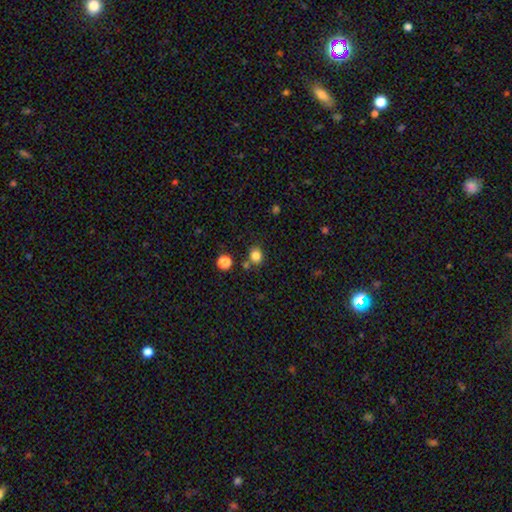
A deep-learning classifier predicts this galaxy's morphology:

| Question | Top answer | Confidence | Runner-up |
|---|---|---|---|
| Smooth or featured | smooth | 83% | star or artifact (13%) |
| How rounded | round | 72% | in between (27%) |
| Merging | none | 75% | merger (11%) |